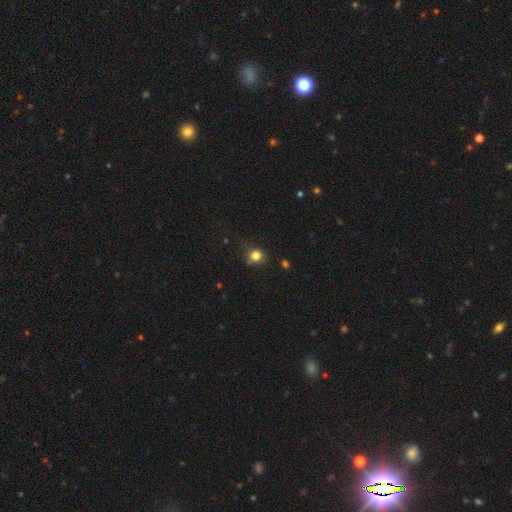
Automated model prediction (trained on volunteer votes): Smooth or featured: smooth — 81% (star or artifact — 14%)
How rounded: round — 87% (in between — 12%)
Merging: none — 75% (minor disturbance — 18%)